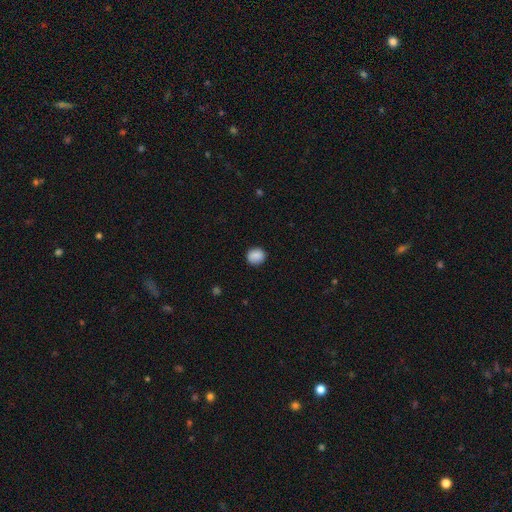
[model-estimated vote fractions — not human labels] smooth 88%, star or artifact 8%, featured or disk 4%. Down the decision tree: how rounded — round (83%); merging — none (87%).